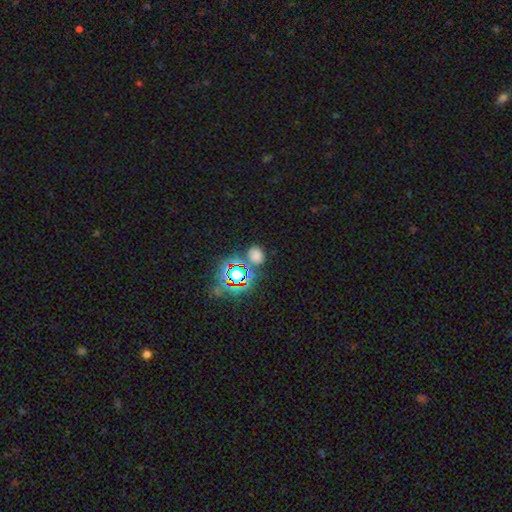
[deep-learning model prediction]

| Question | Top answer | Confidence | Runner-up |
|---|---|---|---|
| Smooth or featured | smooth | 61% | star or artifact (33%) |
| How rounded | round | 65% | in between (34%) |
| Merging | none | 76% | minor disturbance (11%) |